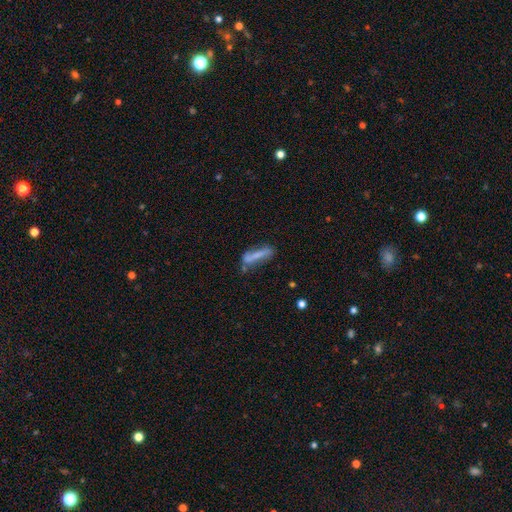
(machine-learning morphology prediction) Smooth or featured: smooth — 56% (featured or disk — 35%)
How rounded: cigar-shaped — 71% (in between — 26%)
Merging: none — 46% (minor disturbance — 24%)